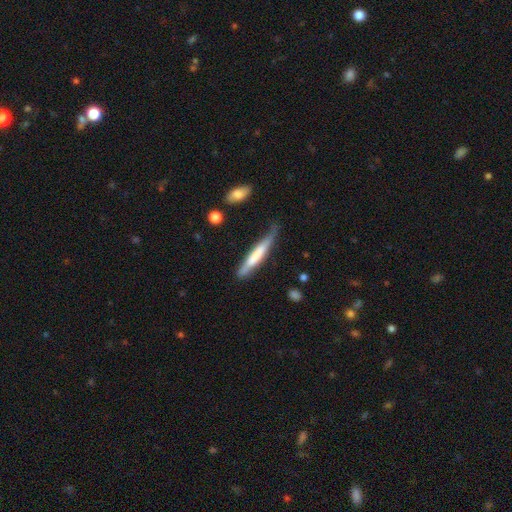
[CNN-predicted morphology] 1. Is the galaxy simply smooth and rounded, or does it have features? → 56% smooth, 38% featured or disk, 6% star or artifact.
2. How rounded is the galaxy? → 91% cigar-shaped, 7% in between, 1% round.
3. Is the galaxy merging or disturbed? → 54% none, 32% minor disturbance, 10% major disturbance, 3% merger.